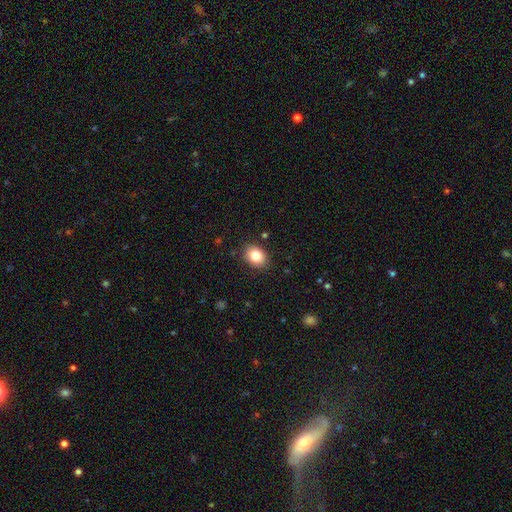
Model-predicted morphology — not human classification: smooth-or-featured: smooth: 82% | star or artifact: 9% | featured or disk: 8%
  how-rounded: in between: 62% | round: 37% | cigar-shaped: 1%
  merging: none: 87% | minor disturbance: 10% | major disturbance: 2% | merger: 1%